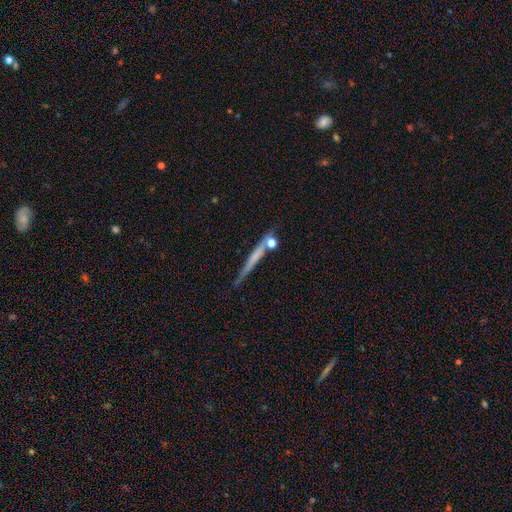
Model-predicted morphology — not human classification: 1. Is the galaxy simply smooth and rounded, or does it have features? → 48% smooth, 43% featured or disk, 9% star or artifact.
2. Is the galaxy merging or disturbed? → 71% none, 14% minor disturbance, 10% merger, 5% major disturbance.